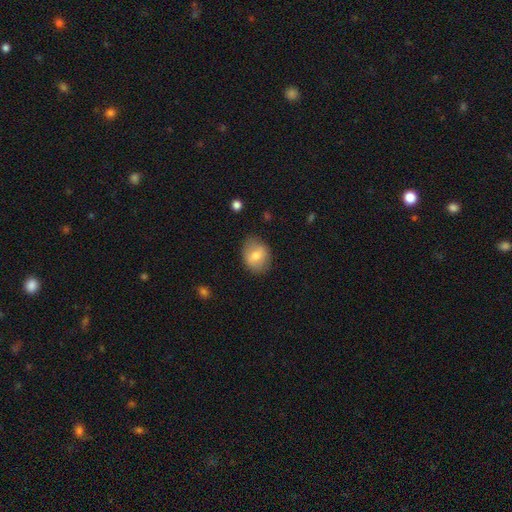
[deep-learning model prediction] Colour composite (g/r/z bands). It shows a smooth galaxy with no disk features (69%) that is in between round and cigar-shaped (59%). Merging: none (80%).